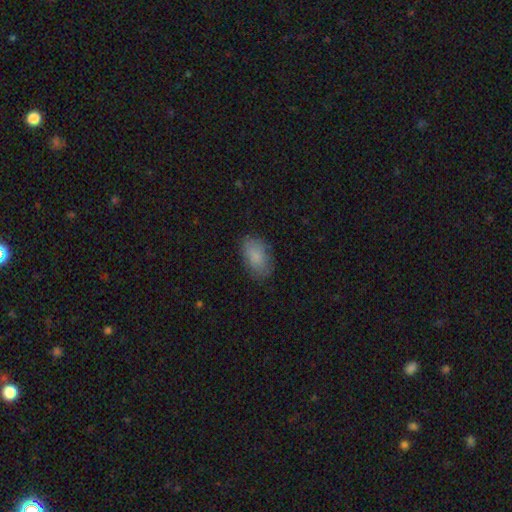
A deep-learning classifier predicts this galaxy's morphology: A smooth galaxy with no disk features (85%) that is in between round and cigar-shaped (91%).

Vote fractions:
- Smooth or featured? smooth: 85% / featured or disk: 8% / star or artifact: 7%
- How rounded? in between: 91% / round: 7% / cigar-shaped: 2%
- Merging? none: 78% / minor disturbance: 16% / major disturbance: 4% / merger: 1%